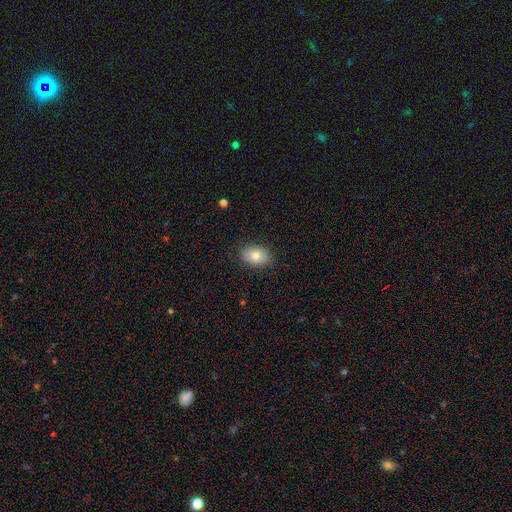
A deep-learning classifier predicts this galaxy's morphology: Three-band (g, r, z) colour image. It shows a smooth galaxy with no disk features (78%) that is in between round and cigar-shaped (75%). Merging: none (85%).